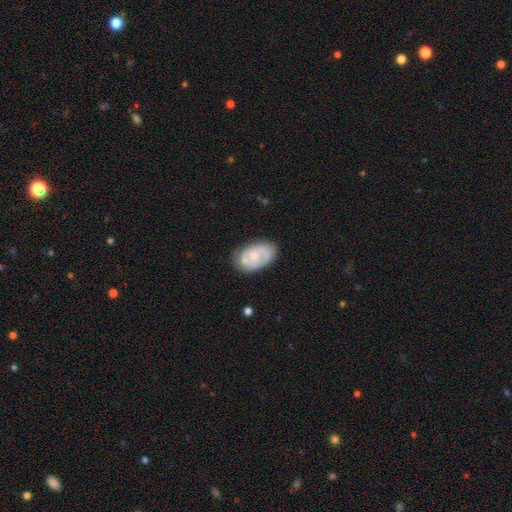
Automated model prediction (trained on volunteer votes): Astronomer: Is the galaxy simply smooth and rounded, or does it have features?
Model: featured or disk — 56% (runner-up: smooth, 39%).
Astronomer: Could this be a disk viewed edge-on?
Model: no — 96%.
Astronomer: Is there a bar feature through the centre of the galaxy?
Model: no — 74%.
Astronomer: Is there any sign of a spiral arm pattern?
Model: yes — 73%.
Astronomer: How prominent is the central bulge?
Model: small — 63%.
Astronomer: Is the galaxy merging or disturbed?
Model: none — 72%.